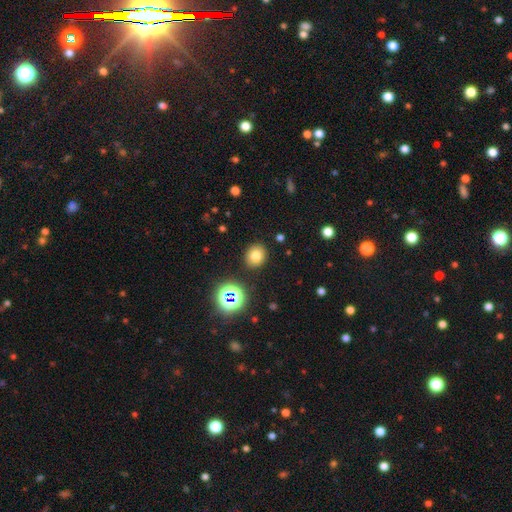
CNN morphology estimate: This appears to be a smooth galaxy with no disk features (76%) that is round (69%). Merging: none (88%).